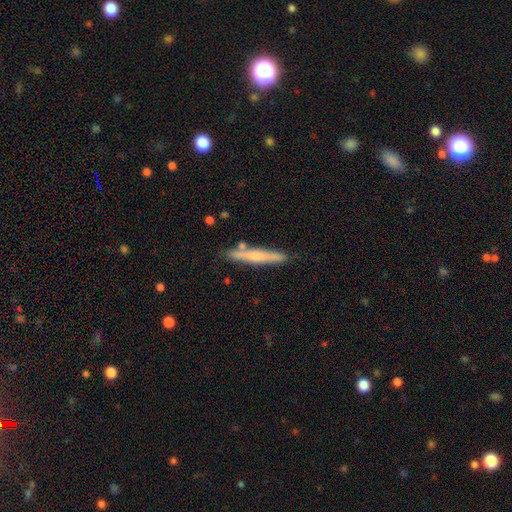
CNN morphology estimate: Smooth or featured?
  - smooth: 53% *
  - featured or disk: 42%
  - star or artifact: 6%
How rounded?
  - cigar-shaped: 95% *
  - in between: 4%
  - round: 1%
Merging?
  - none: 82% *
  - minor disturbance: 12%
  - merger: 4%
  - major disturbance: 2%